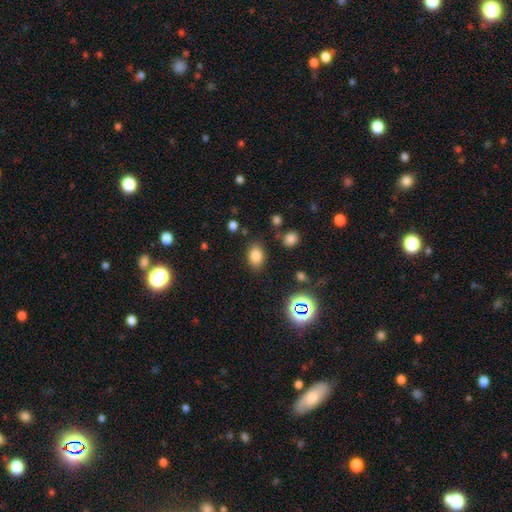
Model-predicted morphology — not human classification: Smooth or featured: smooth — 79% (star or artifact — 14%)
How rounded: in between — 79% (round — 20%)
Merging: none — 82% (minor disturbance — 11%)